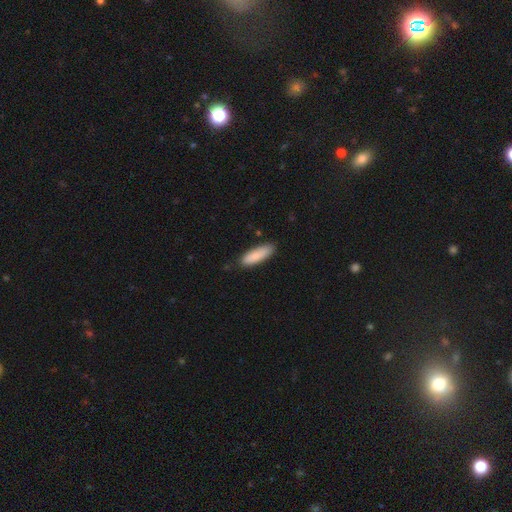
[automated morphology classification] Smooth or featured? Predicted: smooth (p=0.85). How rounded? Predicted: in between (p=0.51). Merging? Predicted: none (p=0.84).